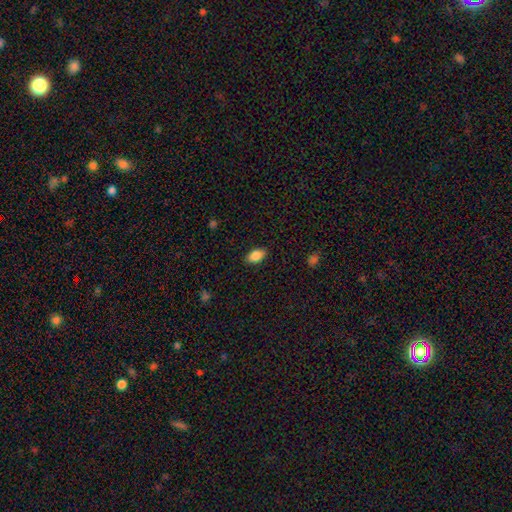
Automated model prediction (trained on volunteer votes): Smooth or featured: smooth — 87% (star or artifact — 8%)
How rounded: in between — 91% (round — 6%)
Merging: none — 87% (minor disturbance — 10%)